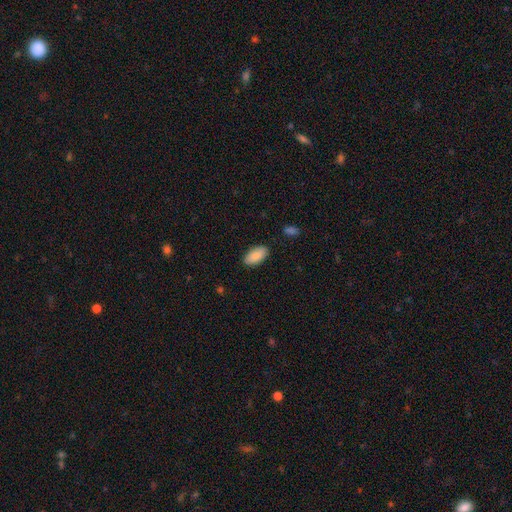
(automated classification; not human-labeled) A smooth galaxy with no disk features (88%) that is in between round and cigar-shaped (94%). Merging: none (88%).